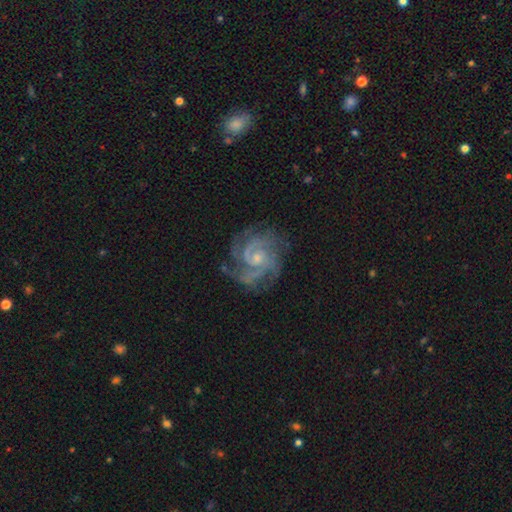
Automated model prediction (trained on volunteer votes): This appears to be a featured or disk galaxy (90%) with no bar (62%), 3 (35%) tight (57%) spiral arms (98%) and a small central bulge (62%). Merging: none (72%).